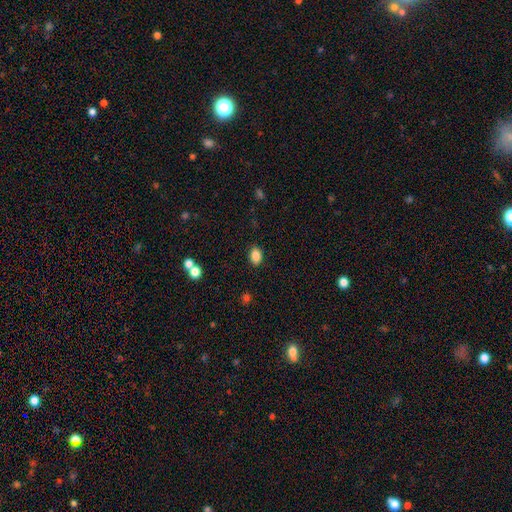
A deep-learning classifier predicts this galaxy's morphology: Q: Smooth or featured?
A: smooth (86%); runner-up: star or artifact (9%)
Q: How rounded?
A: in between (83%); runner-up: round (16%)
Q: Merging?
A: none (87%); runner-up: minor disturbance (9%)